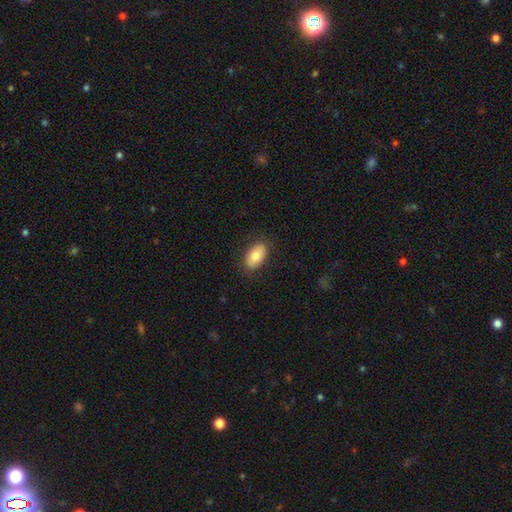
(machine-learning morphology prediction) Smooth or featured? smooth (80%)
How rounded? in between (92%)
Merging? none (87%)